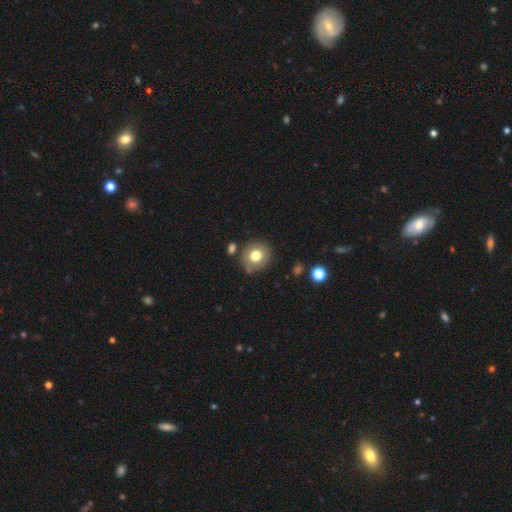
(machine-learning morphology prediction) Smooth or featured: smooth — 75% (featured or disk — 15%)
How rounded: round — 78% (in between — 21%)
Merging: none — 78% (minor disturbance — 13%)